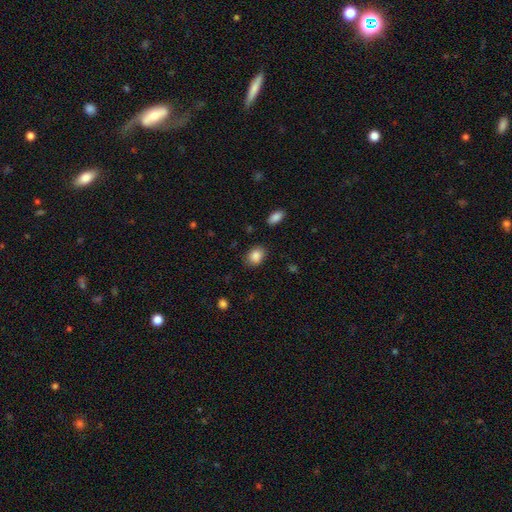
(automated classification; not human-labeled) smooth 87%, star or artifact 9%, featured or disk 4%. Down the decision tree: how rounded — in between (60%); merging — none (82%).